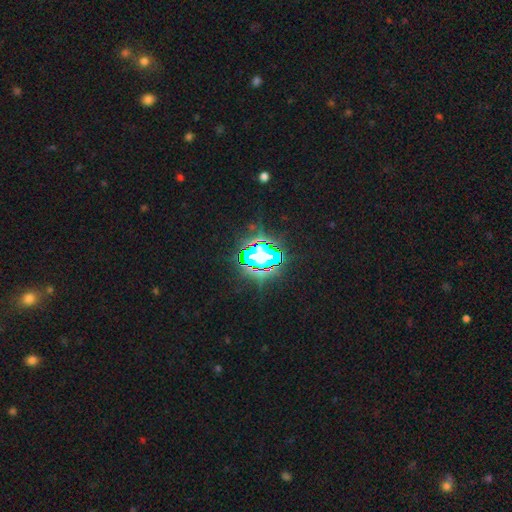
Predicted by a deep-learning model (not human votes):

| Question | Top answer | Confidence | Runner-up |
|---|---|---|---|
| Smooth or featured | star or artifact | 64% | smooth (20%) |